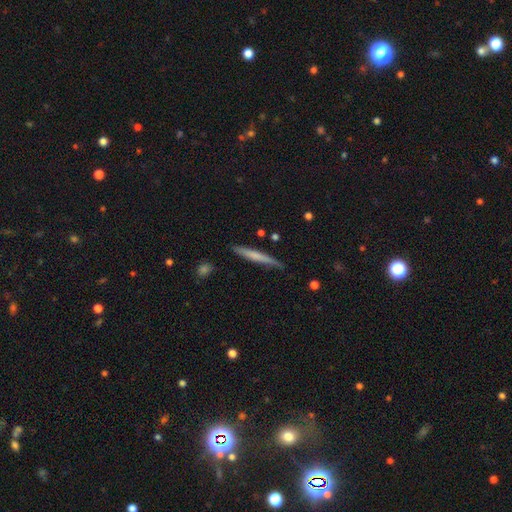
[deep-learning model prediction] This is possibly a smooth galaxy (59%). How rounded: clearly cigar-shaped (96%). Merging: clearly none (82%).